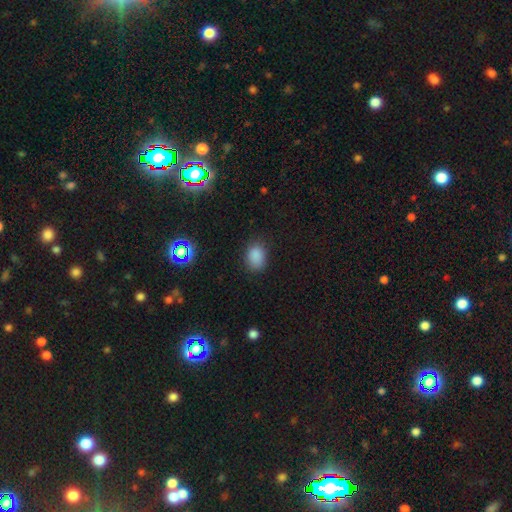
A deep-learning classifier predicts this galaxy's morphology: A smooth galaxy with no disk features (84%) that is in between round and cigar-shaped (71%).

Vote fractions:
- Smooth or featured? smooth: 84% / star or artifact: 12% / featured or disk: 4%
- How rounded? in between: 71% / round: 27% / cigar-shaped: 1%
- Merging? none: 79% / minor disturbance: 16% / major disturbance: 4% / merger: 1%